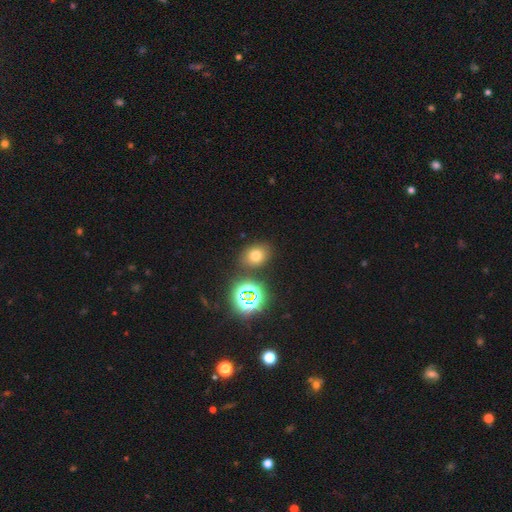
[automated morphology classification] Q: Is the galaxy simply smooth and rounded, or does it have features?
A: smooth — 66%.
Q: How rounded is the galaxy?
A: in between — 54%.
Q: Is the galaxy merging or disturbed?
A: none — 81%.